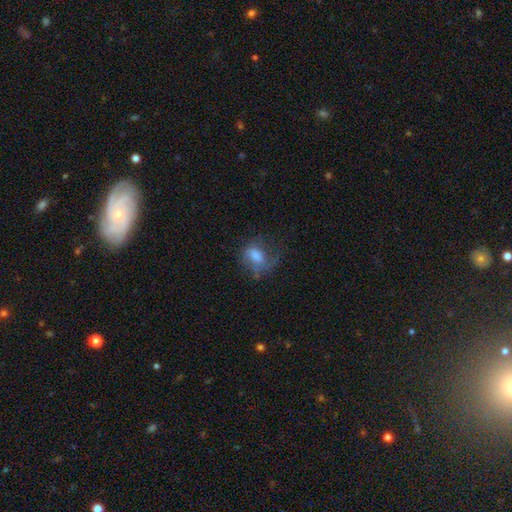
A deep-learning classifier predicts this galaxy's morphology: smooth-or-featured: smooth: 50% | featured or disk: 37% | star or artifact: 13%
  how-rounded: in between: 68% | round: 28% | cigar-shaped: 3%
  merging: none: 45% | major disturbance: 29% | minor disturbance: 24% | merger: 2%